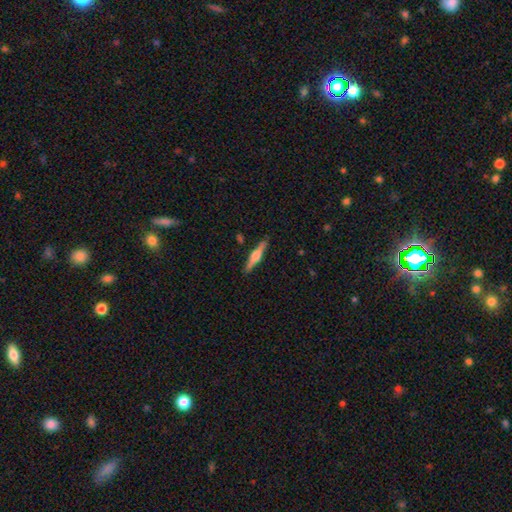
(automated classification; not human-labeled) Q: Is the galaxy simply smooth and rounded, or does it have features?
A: featured or disk — 65%.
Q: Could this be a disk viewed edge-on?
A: yes — 97%.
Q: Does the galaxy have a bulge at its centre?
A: rounded — 88%.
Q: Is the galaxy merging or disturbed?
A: none — 89%.